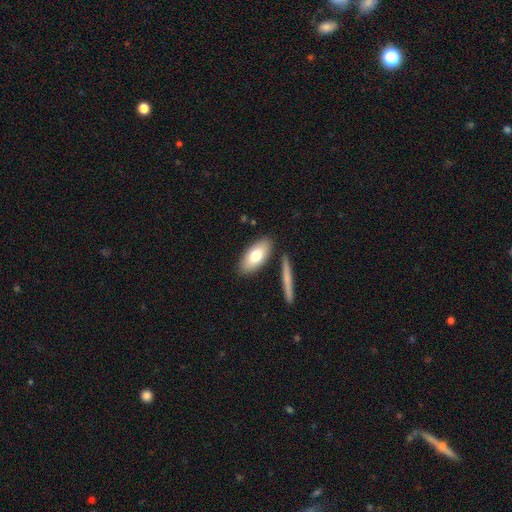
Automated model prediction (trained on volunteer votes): Smooth or featured? smooth (74%)
How rounded? in between (87%)
Merging? none (81%)